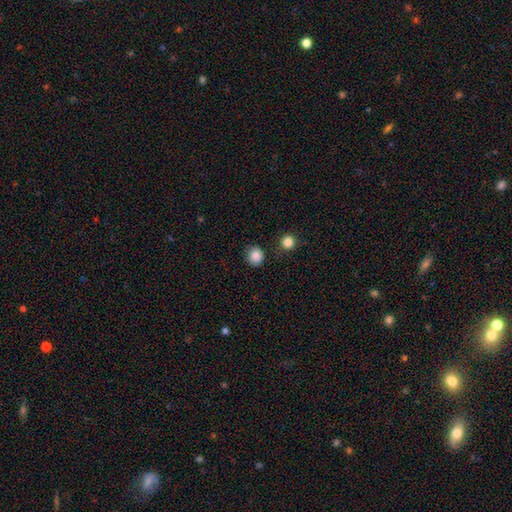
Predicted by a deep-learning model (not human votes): A smooth galaxy with no disk features (86%) that is round (86%). Merging: none (81%).